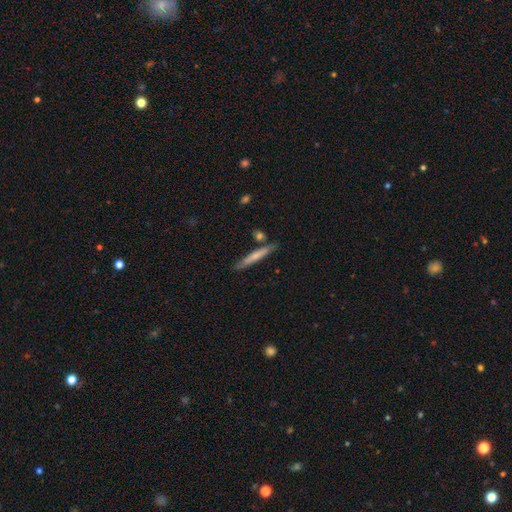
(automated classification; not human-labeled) Smooth or featured? Predicted: smooth (p=0.63). How rounded? Predicted: cigar-shaped (p=0.94). Merging? Predicted: none (p=0.81).